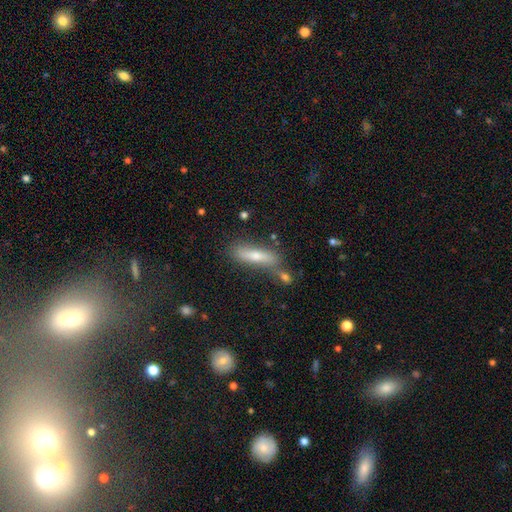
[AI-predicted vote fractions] A smooth galaxy with no disk features (59%) that is cigar-shaped (72%).

Vote fractions:
- Smooth or featured? smooth: 59% / featured or disk: 32% / star or artifact: 10%
- How rounded? cigar-shaped: 72% / in between: 26% / round: 2%
- Merging? none: 67% / minor disturbance: 16% / merger: 11% / major disturbance: 5%